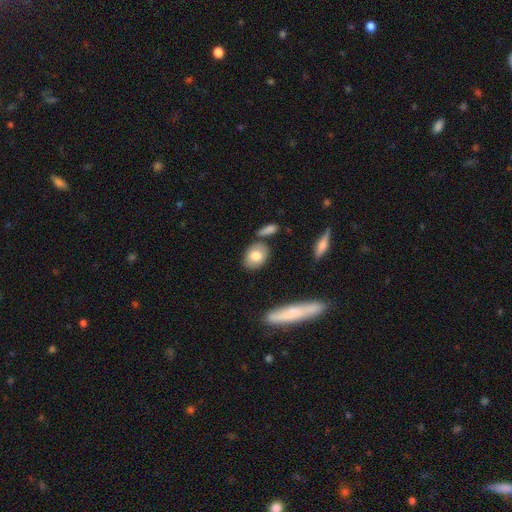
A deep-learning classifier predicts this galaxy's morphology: A smooth galaxy with no disk features (77%) that is in between round and cigar-shaped (62%). Merging: none (74%).